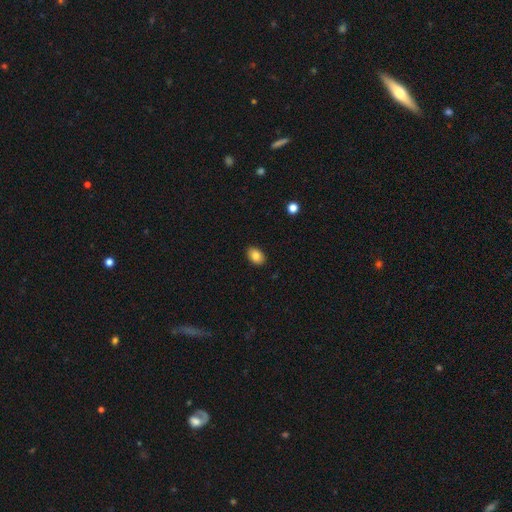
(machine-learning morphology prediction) A smooth galaxy with no disk features (85%) that is in between round and cigar-shaped (81%). Merging: none (89%).